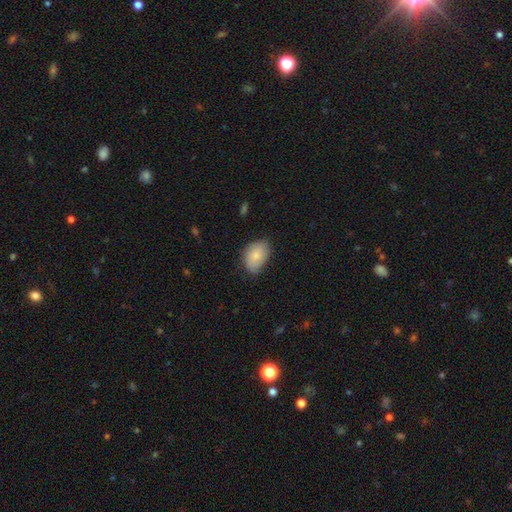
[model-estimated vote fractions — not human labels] Smooth or featured: smooth — 81% (featured or disk — 13%)
How rounded: in between — 83% (round — 16%)
Merging: none — 70% (minor disturbance — 25%)